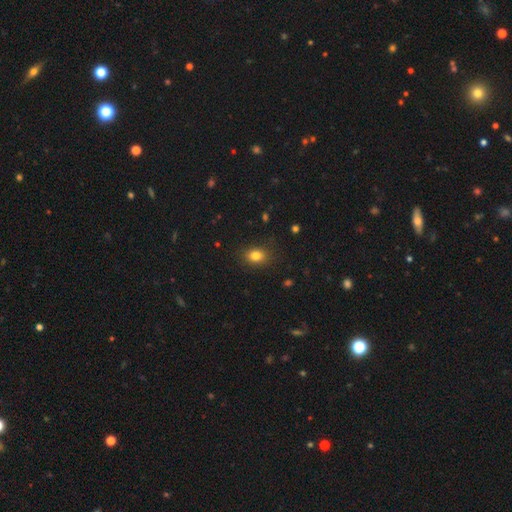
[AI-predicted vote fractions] Morphology: type=smooth (81%); roundness=in between (60%); merging=none (85%).